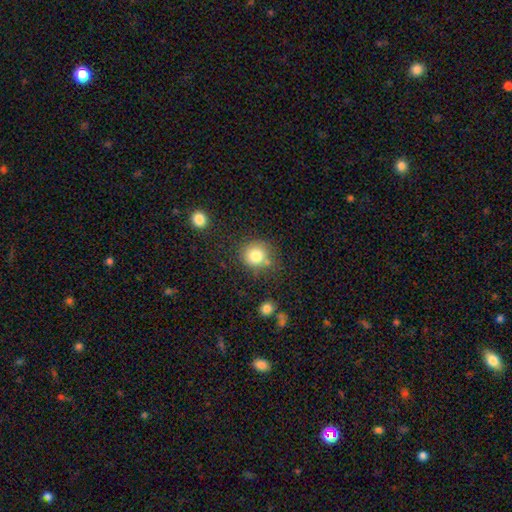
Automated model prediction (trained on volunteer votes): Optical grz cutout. It shows a smooth galaxy with no disk features (81%) that is round (88%). Merging: none (71%).